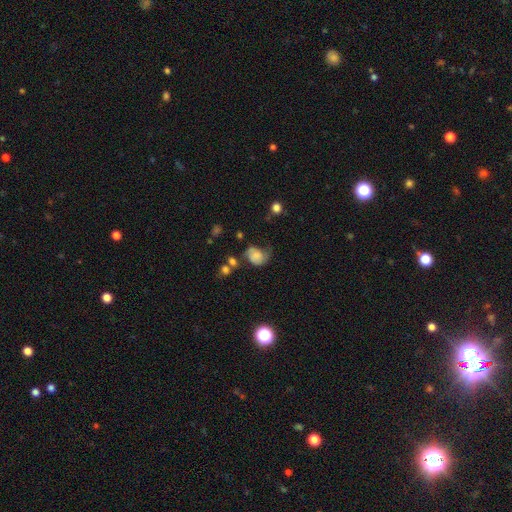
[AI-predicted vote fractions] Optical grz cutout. It shows a smooth galaxy with no disk features (51%) that is in between round and cigar-shaped (53%). Merging: none (33%).